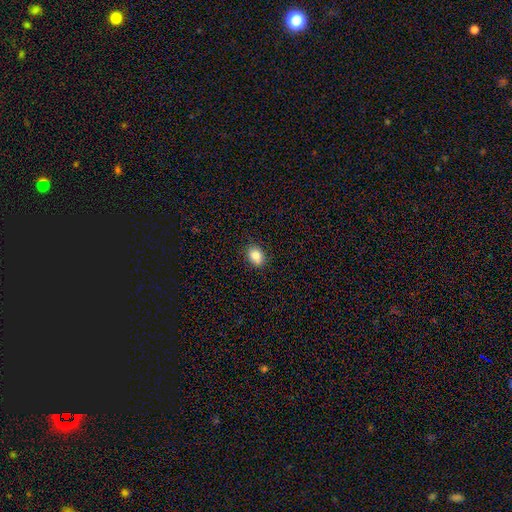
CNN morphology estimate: A smooth galaxy with no disk features (84%) that is in between round and cigar-shaped (68%). Merging: none (88%).